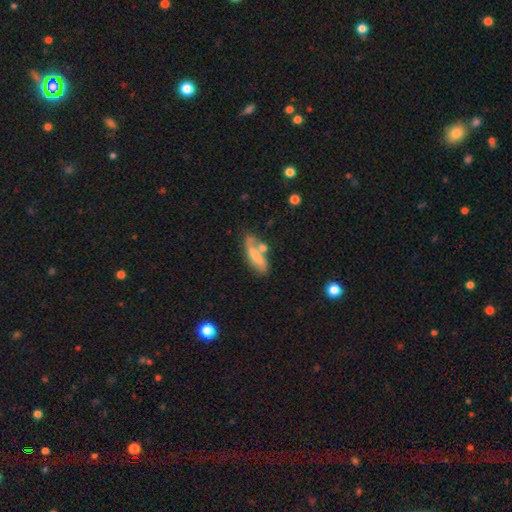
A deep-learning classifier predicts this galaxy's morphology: Smooth or featured? Predicted: smooth (p=0.60). How rounded? Predicted: cigar-shaped (p=0.52). Merging? Predicted: none (p=0.41).